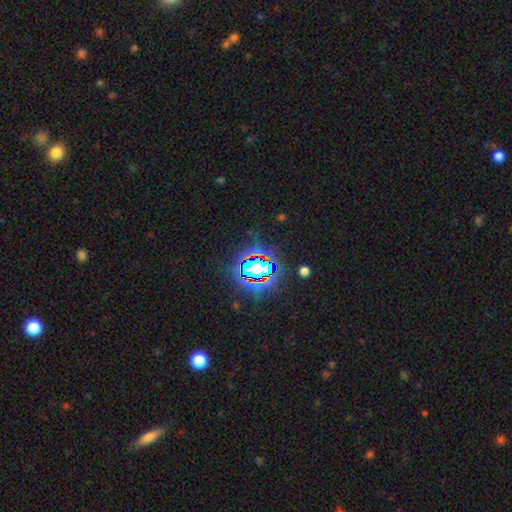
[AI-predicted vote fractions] Q: Smooth or featured?
A: star or artifact (80%); runner-up: smooth (12%)